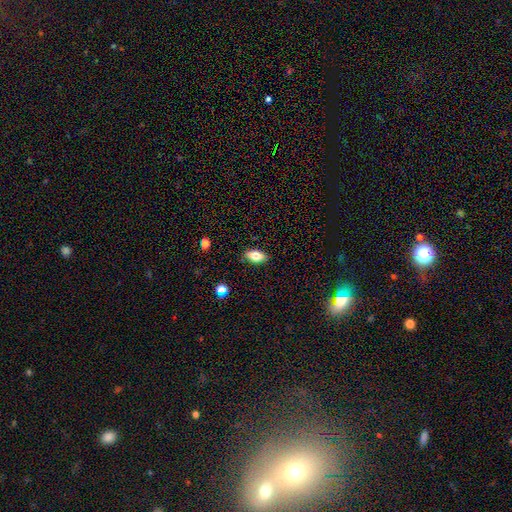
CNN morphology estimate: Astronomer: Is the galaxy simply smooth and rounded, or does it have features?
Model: smooth — 76%.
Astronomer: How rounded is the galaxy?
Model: in between — 88%.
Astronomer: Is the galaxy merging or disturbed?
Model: none — 87%.